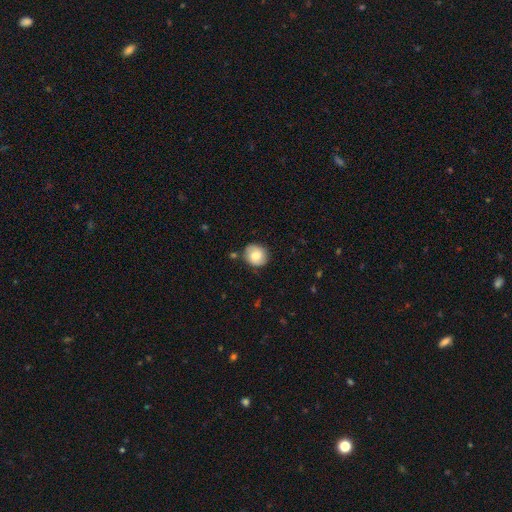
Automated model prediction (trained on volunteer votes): Smooth or featured? Predicted: smooth (p=0.63). How rounded? Predicted: round (p=0.79). Merging? Predicted: none (p=0.81).